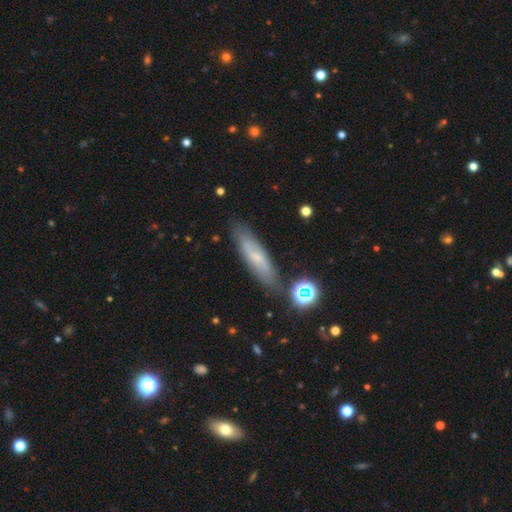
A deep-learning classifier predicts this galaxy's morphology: Overall: smooth (50%; featured or disk 41%). Merging: none (79%).